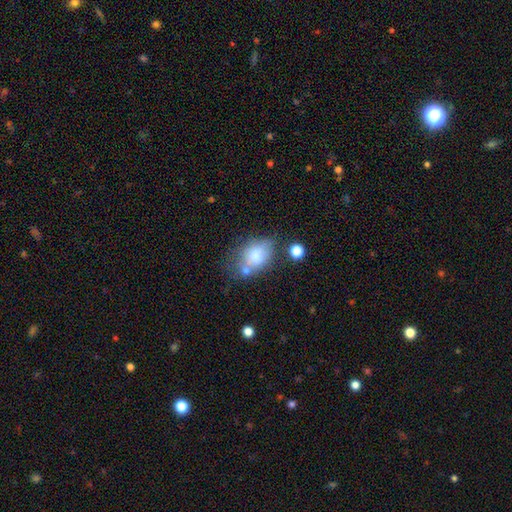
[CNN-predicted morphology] Smooth or featured?
  - smooth: 68% *
  - featured or disk: 22%
  - star or artifact: 10%
How rounded?
  - in between: 78% *
  - round: 20%
  - cigar-shaped: 2%
Merging?
  - none: 37% *
  - minor disturbance: 26%
  - merger: 22%
  - major disturbance: 15%